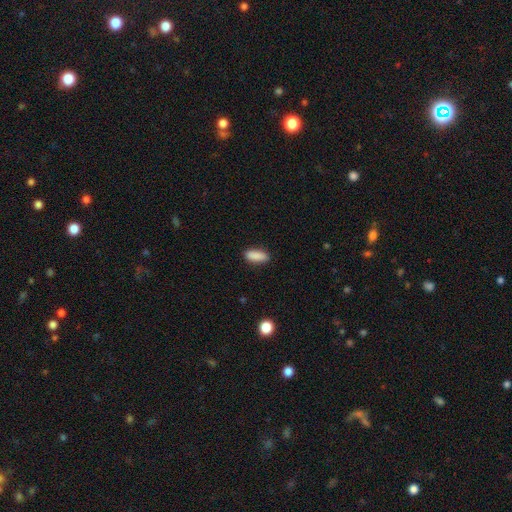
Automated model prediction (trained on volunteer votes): The model was most divided on "how rounded": in between: 74%, cigar-shaped: 24%, round: 2%. More confident: smooth or featured — smooth (89%); merging — none (87%).